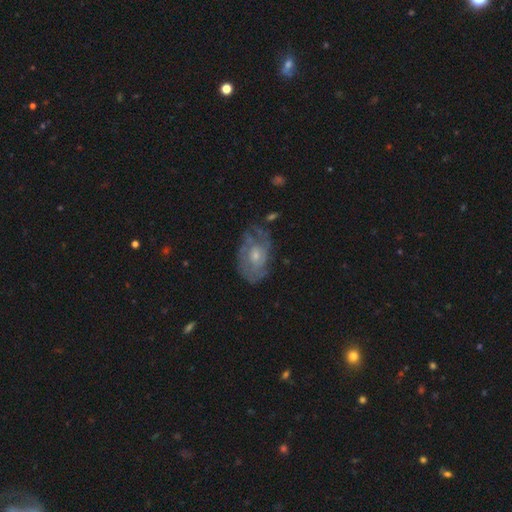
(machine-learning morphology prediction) smooth-or-featured: featured or disk: 73% | smooth: 20% | star or artifact: 7%
  disk-edge-on: no: 96% | yes: 4%
    bar: no: 71% | weak: 26% | strong: 4%
    has-spiral-arms: yes: 80% | no: 20%
      spiral-winding: tight: 57% | medium: 32% | loose: 11%
      spiral-arm-count: can't tell: 48% | 2: 27% | 3: 12% | 4: 5% | 1: 5% | more than 4: 3%
    bulge-size: small: 52% | moderate: 42% | none: 3% | large: 2% | dominant: 1%
  merging: none: 62% | minor disturbance: 24% | major disturbance: 12% | merger: 2%